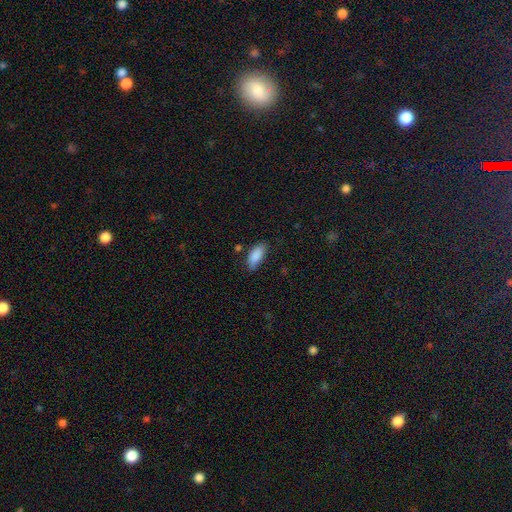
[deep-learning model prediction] This appears to be a smooth galaxy with no disk features (88%) that is in between round and cigar-shaped (85%). Merging: none (75%).